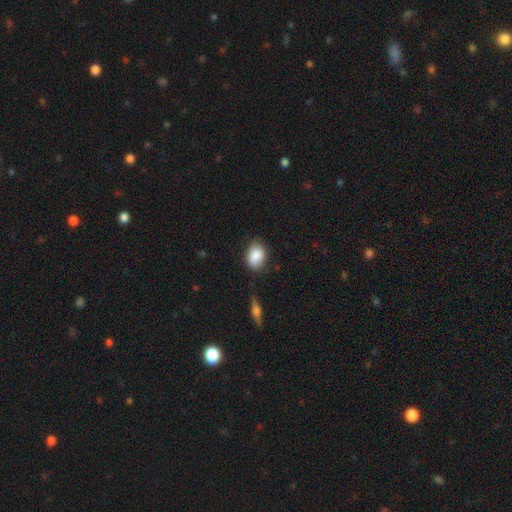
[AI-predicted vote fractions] A smooth galaxy with no disk features (87%) that is in between round and cigar-shaped (70%).

Vote fractions:
- Smooth or featured? smooth: 87% / star or artifact: 7% / featured or disk: 6%
- How rounded? in between: 70% / round: 28% / cigar-shaped: 1%
- Merging? none: 76% / minor disturbance: 17% / major disturbance: 4% / merger: 3%